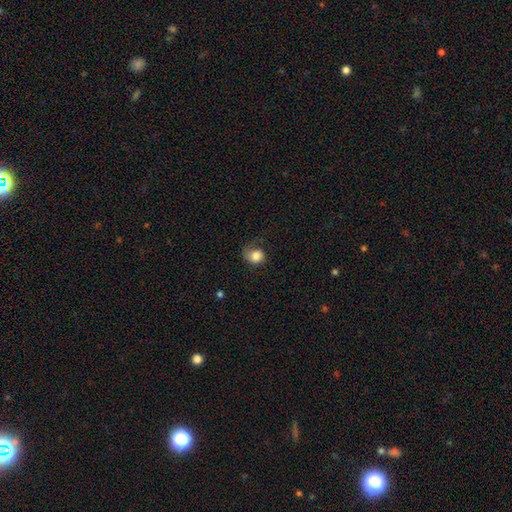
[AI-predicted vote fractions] This is likely a smooth galaxy (74%). How rounded: likely round (69%). Merging: marginally none (40%).